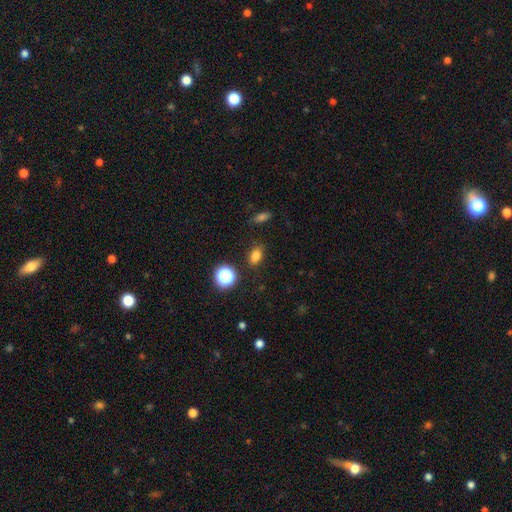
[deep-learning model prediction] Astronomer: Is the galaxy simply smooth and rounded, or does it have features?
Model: smooth — 79%.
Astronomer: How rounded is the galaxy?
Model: in between — 77%.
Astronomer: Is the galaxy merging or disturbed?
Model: none — 82%.